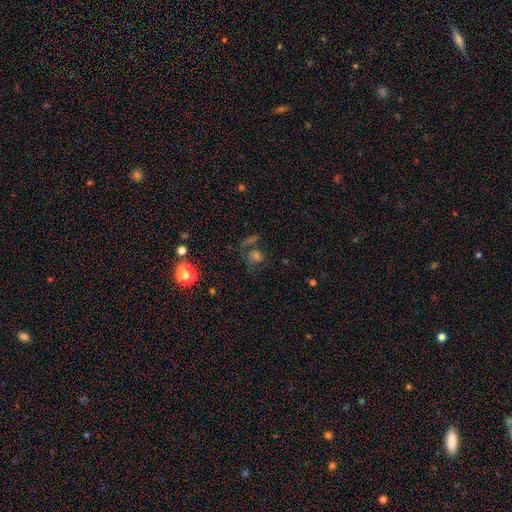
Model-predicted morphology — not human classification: Smooth or featured? Predicted: smooth (p=0.42). Merging? Predicted: none (p=0.52).